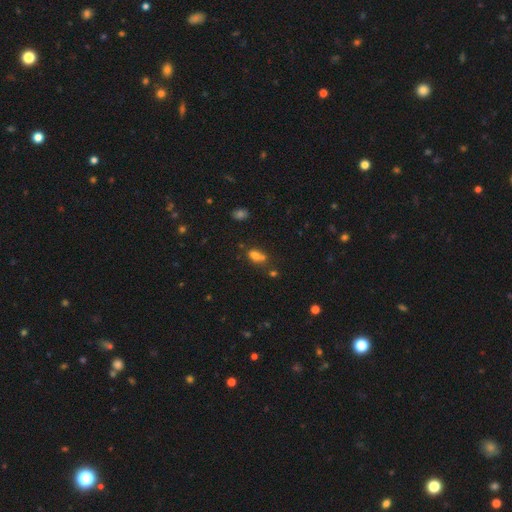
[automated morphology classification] smooth_or_featured: smooth (p=0.70) [alt: star or artifact p=0.17]
how_rounded: in between (p=0.72) [alt: round p=0.23]
merging: merger (p=0.42) [alt: none p=0.38]